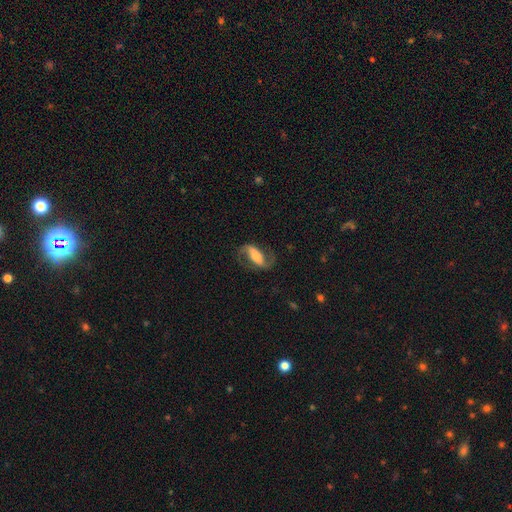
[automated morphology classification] smooth_or_featured: featured or disk (p=0.79) [alt: smooth p=0.15]
disk_edge_on: no (p=0.94) [alt: yes p=0.06]
bar: strong (p=0.47) [alt: weak p=0.31]
has_spiral_arms: yes (p=0.94) [alt: no p=0.06]
spiral_winding: loose (p=0.49) [alt: medium p=0.40]
spiral_arm_count: 2 (p=0.92) [alt: 1 p=0.03]
bulge_size: moderate (p=0.37) [alt: small p=0.27]
merging: none (p=0.74) [alt: minor disturbance p=0.14]